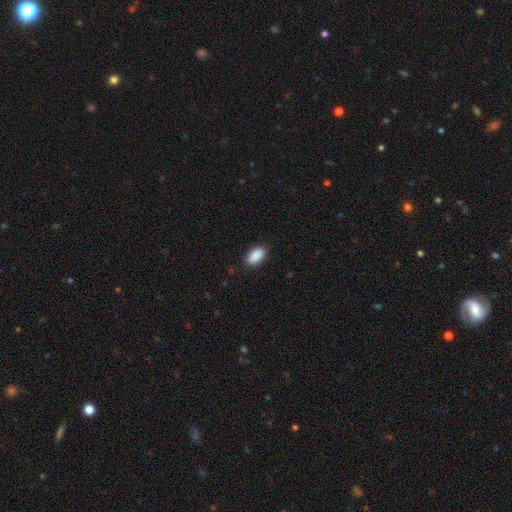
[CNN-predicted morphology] Q: Smooth or featured?
A: smooth (91%); runner-up: star or artifact (7%)
Q: How rounded?
A: in between (94%); runner-up: round (5%)
Q: Merging?
A: none (88%); runner-up: minor disturbance (9%)